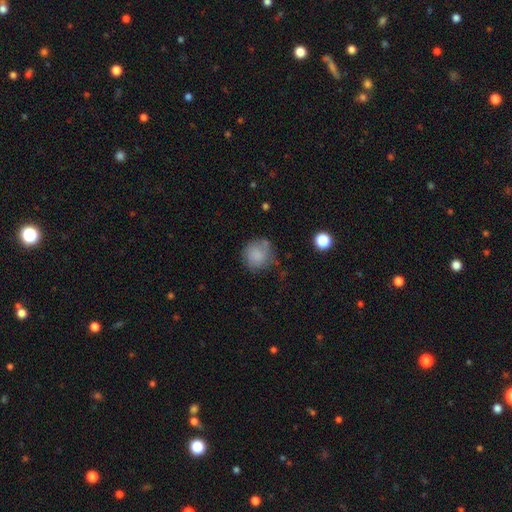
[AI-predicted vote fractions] Smooth or featured: smooth — 79% (featured or disk — 12%)
How rounded: round — 85% (in between — 14%)
Merging: none — 59% (minor disturbance — 26%)